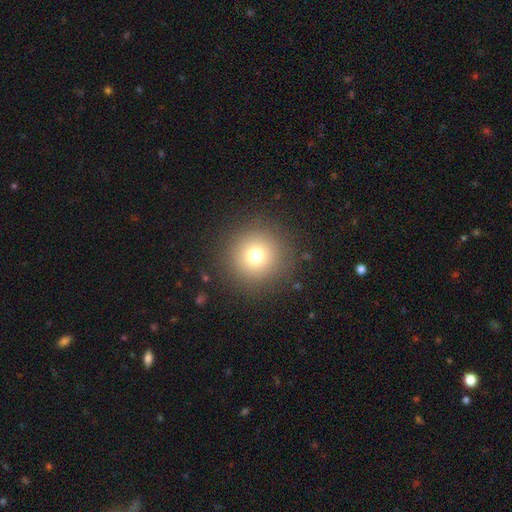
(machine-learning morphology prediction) Overall: smooth (74%). How rounded: round (96%). Merging: none (89%).